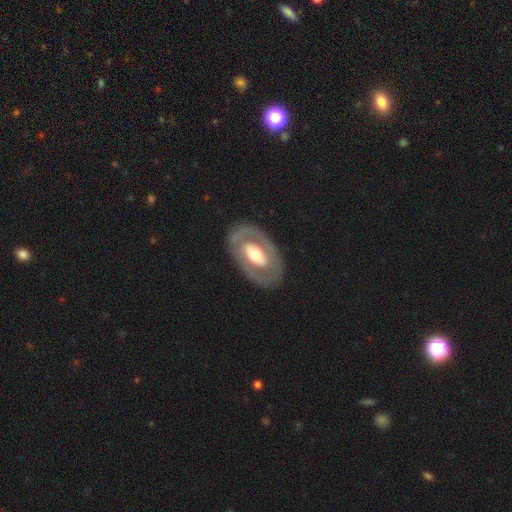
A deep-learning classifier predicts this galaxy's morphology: smooth_or_featured: featured or disk (p=0.67) [alt: smooth p=0.28]
disk_edge_on: no (p=0.92) [alt: yes p=0.08]
bar: no (p=0.54) [alt: weak p=0.28]
has_spiral_arms: no (p=0.69) [alt: yes p=0.31]
bulge_size: moderate (p=0.59) [alt: large p=0.25]
merging: none (p=0.82) [alt: minor disturbance p=0.12]